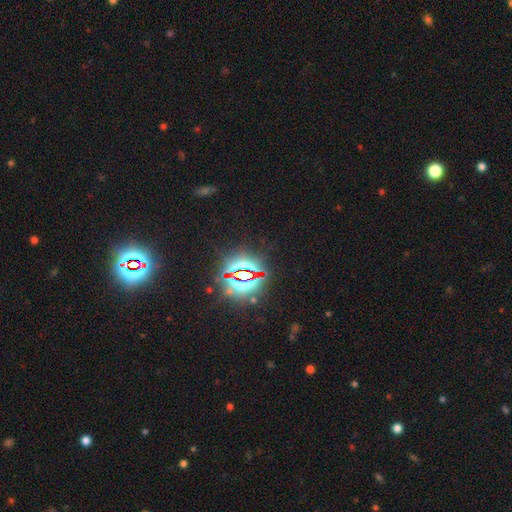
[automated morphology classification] Smooth or featured? Predicted: star or artifact (p=0.83).